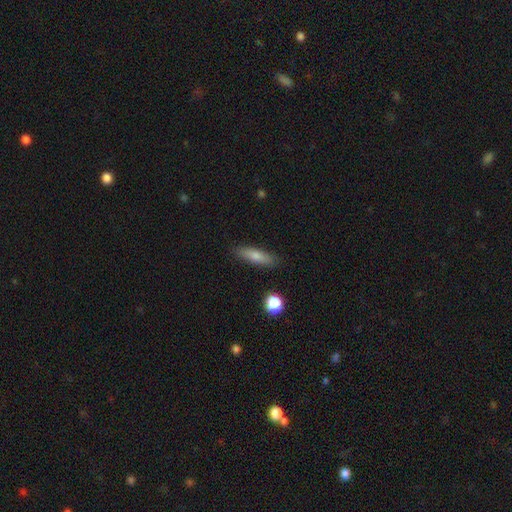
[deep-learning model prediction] Smooth or featured: smooth — 71% (featured or disk — 21%)
How rounded: cigar-shaped — 67% (in between — 30%)
Merging: none — 87% (minor disturbance — 9%)